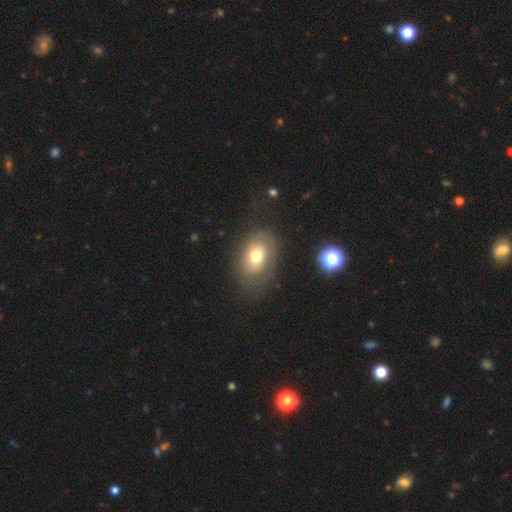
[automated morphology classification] smooth_or_featured: smooth (p=0.66) [alt: featured or disk p=0.24]
how_rounded: in between (p=0.79) [alt: round p=0.20]
merging: none (p=0.68) [alt: minor disturbance p=0.19]